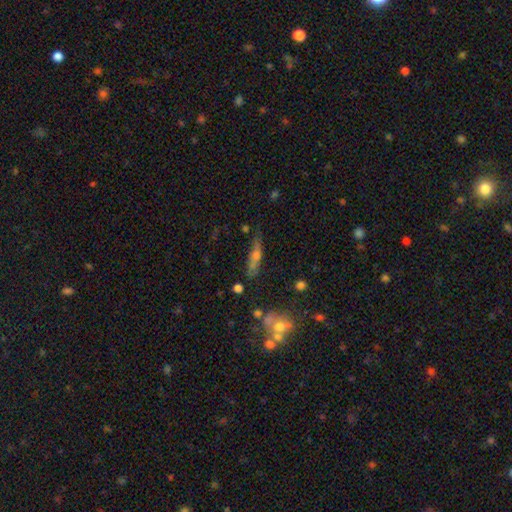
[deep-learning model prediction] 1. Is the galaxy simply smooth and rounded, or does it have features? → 44% smooth, 43% featured or disk, 12% star or artifact.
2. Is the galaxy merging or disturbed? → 58% none, 24% minor disturbance, 11% major disturbance, 7% merger.